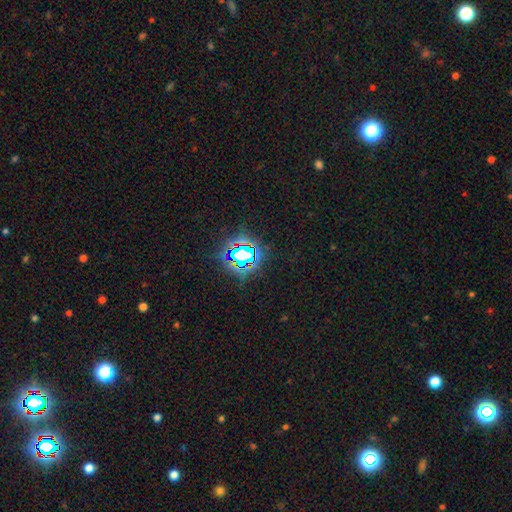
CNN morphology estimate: Overall: star or artifact (83%).